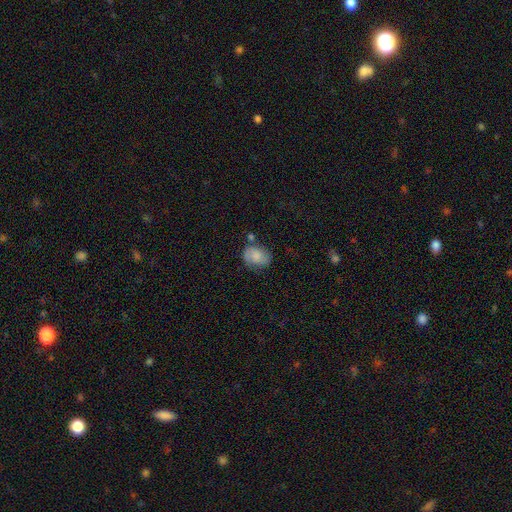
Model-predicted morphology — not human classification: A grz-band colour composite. It shows a smooth galaxy with no disk features (62%) that is in between round and cigar-shaped (68%). Merging: none (56%).